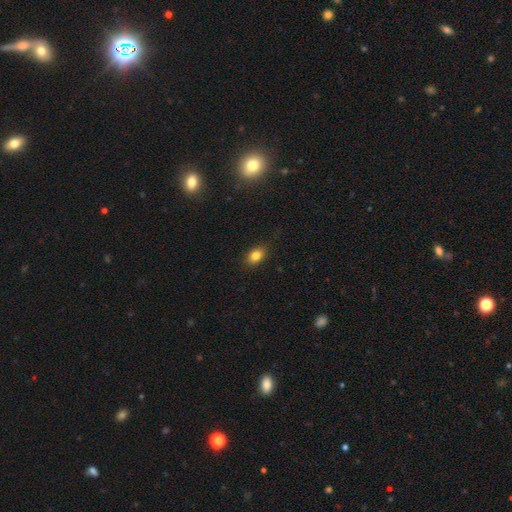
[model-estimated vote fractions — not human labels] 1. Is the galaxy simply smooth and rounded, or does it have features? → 83% smooth, 10% star or artifact, 7% featured or disk.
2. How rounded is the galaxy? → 80% in between, 18% round, 2% cigar-shaped.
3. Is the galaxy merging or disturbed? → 87% none, 10% minor disturbance, 2% major disturbance, 1% merger.